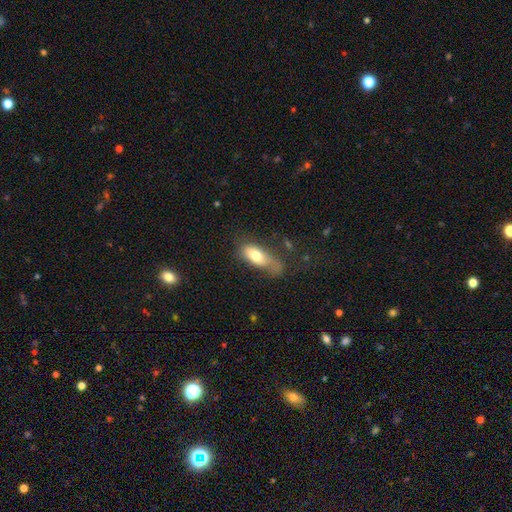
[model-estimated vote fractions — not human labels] smooth 72%, featured or disk 21%, star or artifact 7%. Down the decision tree: how rounded — in between (78%); merging — none (33%).